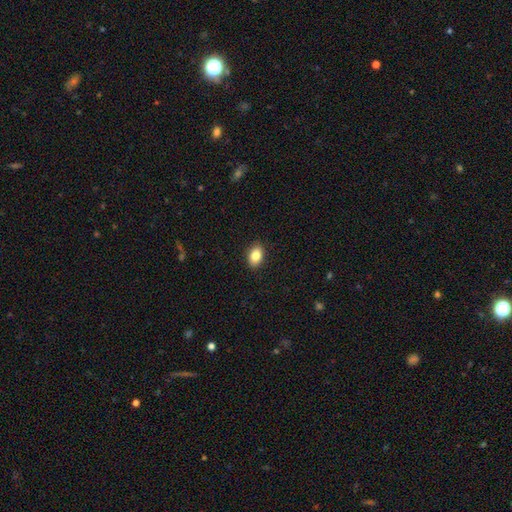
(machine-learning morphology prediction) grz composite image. It shows a smooth galaxy with no disk features (84%) that is in between round and cigar-shaped (83%). Merging: none (89%).